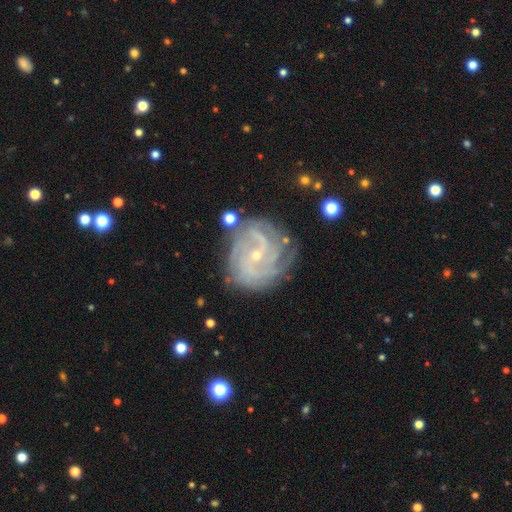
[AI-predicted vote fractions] The model was most divided on "spiral arm count": can't tell: 24%, 3: 23%, 2: 20%, 4: 19%, more than 4: 8%, 1: 6%. More confident: edge-on disk — no (97%); spiral arms — yes (97%); smooth or featured — featured or disk (87%); bulge size — small (82%); merging — none (71%); spiral winding — tight (61%); bar — no (53%).